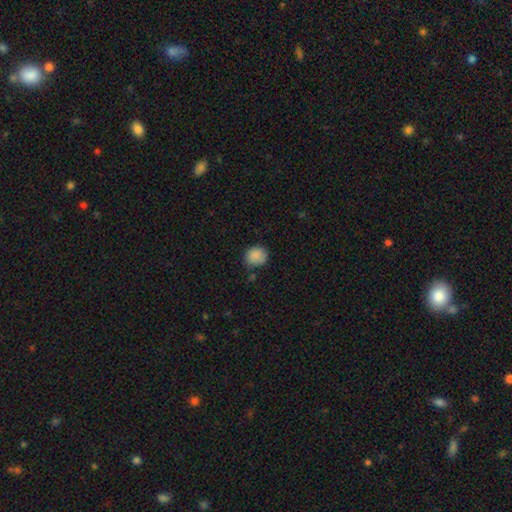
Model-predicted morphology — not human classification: A smooth galaxy with no disk features (88%) that is round (81%).

Vote fractions:
- Smooth or featured? smooth: 88% / star or artifact: 9% / featured or disk: 4%
- How rounded? round: 81% / in between: 18% / cigar-shaped: 1%
- Merging? none: 75% / minor disturbance: 18% / major disturbance: 4% / merger: 3%